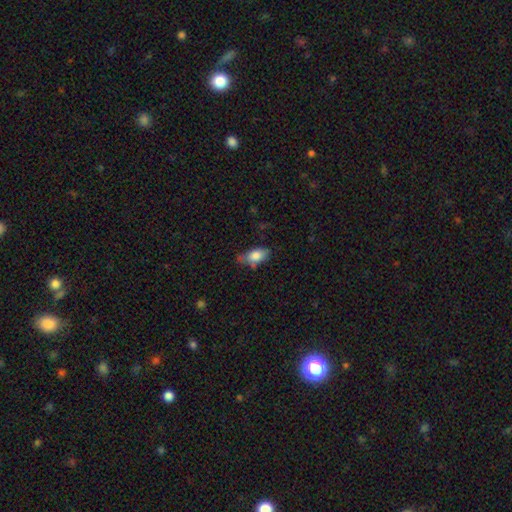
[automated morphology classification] smooth_or_featured: smooth (p=0.79) [alt: featured or disk p=0.14]
how_rounded: in between (p=0.87) [alt: cigar-shaped p=0.09]
merging: none (p=0.52) [alt: minor disturbance p=0.34]